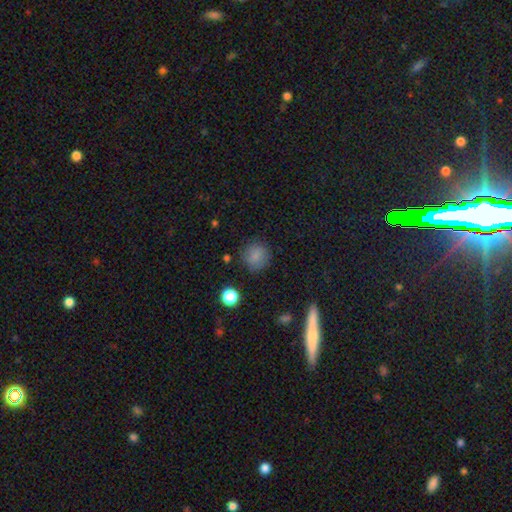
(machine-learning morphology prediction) Overall: smooth (80%). How rounded: round (87%). Merging: none (81%).